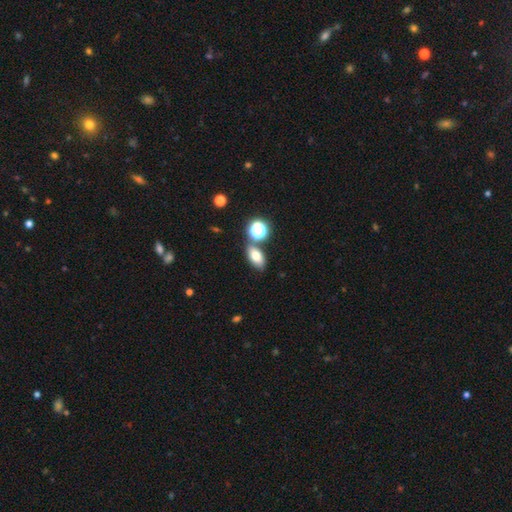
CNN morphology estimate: Overall: smooth (73%). How rounded: in between (82%). Merging: none (70%).